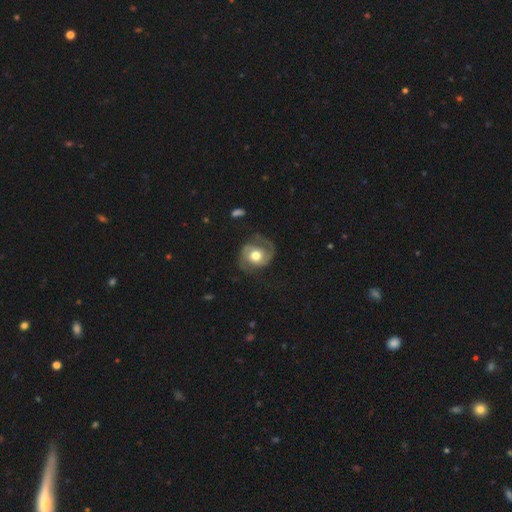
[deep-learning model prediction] This is likely a featured or disk galaxy (74%). It is clearly not viewed edge-on (98%). Bar: likely no (72%). Spiral arm pattern: clearly yes (90%). Spiral arm count: likely 2 (79%). Spiral winding: possibly medium (46%). Central bulge: likely moderate (65%). Merging: likely none (61%).